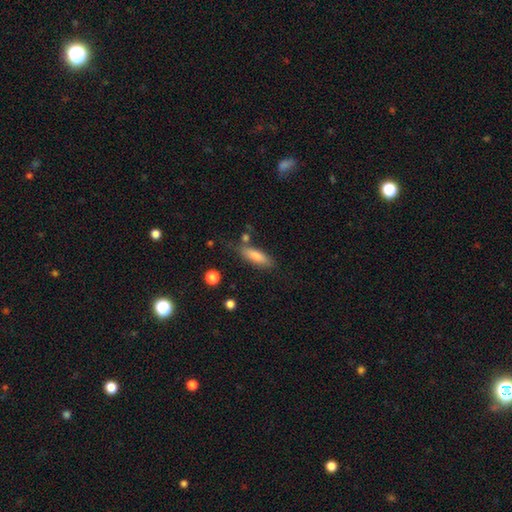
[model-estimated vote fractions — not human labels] Morphology: type=smooth (82%); roundness=in between (54%); merging=none (71%).